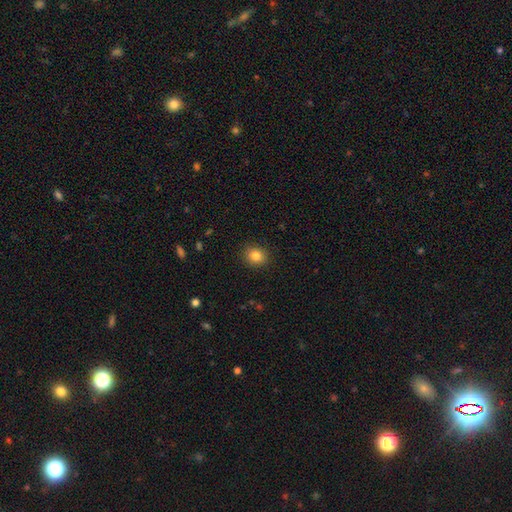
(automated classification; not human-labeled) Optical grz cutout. It shows a smooth galaxy with no disk features (85%) that is round (72%). Merging: none (90%).